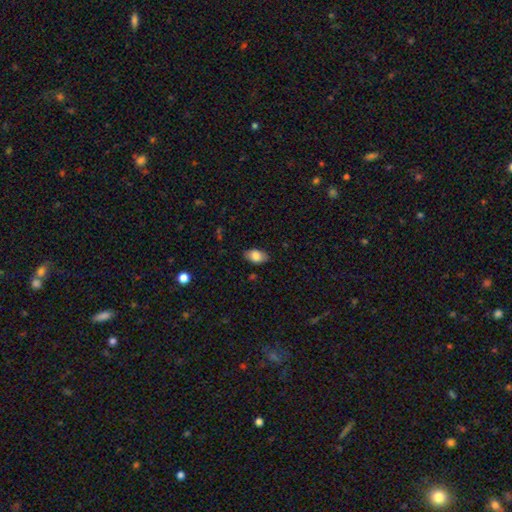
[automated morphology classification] Smooth or featured? smooth (82%)
How rounded? in between (92%)
Merging? none (84%)